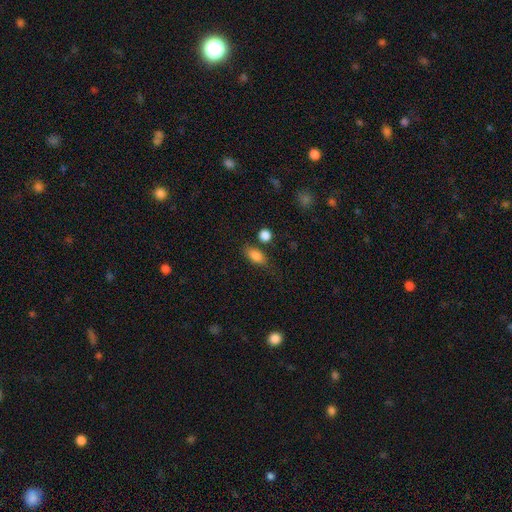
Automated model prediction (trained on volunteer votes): Smooth or featured?
  - smooth: 83% *
  - star or artifact: 9%
  - featured or disk: 8%
How rounded?
  - in between: 82% *
  - round: 10%
  - cigar-shaped: 7%
Merging?
  - none: 70% *
  - minor disturbance: 17%
  - merger: 7%
  - major disturbance: 6%